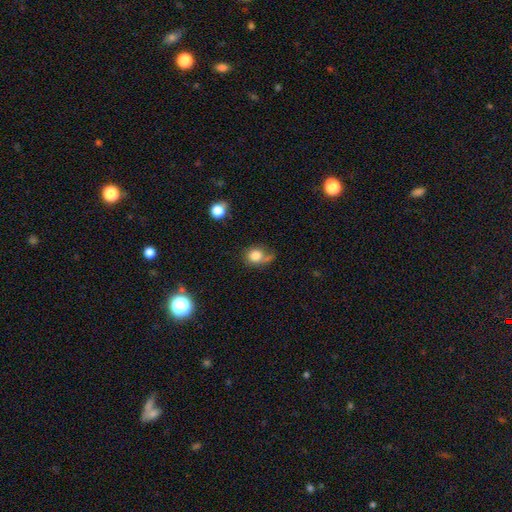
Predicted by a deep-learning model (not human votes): smooth_or_featured: smooth (p=0.79) [alt: star or artifact p=0.11]
how_rounded: round (p=0.71) [alt: in between p=0.28]
merging: none (p=0.48) [alt: minor disturbance p=0.24]